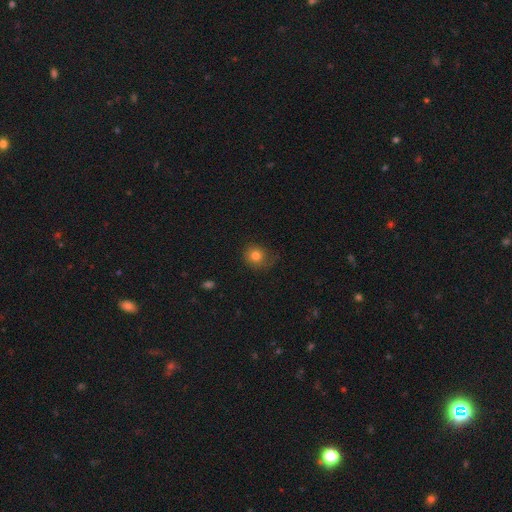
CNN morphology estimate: Overall: smooth (78%). How rounded: round (82%). Merging: none (63%; minor disturbance 24%).